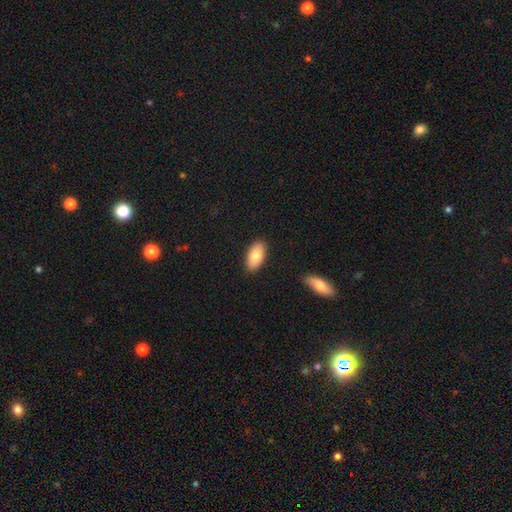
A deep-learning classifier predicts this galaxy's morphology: The model was most divided on "smooth or featured": smooth: 80%, featured or disk: 13%, star or artifact: 6%. More confident: how rounded — in between (93%); merging — none (87%).